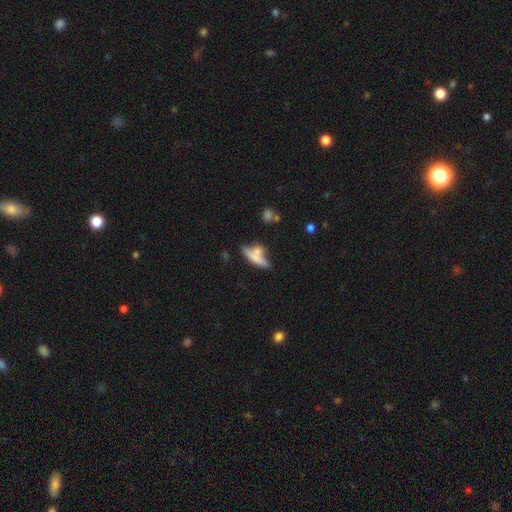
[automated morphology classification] This appears to be a smooth galaxy with no disk features (61%) that is cigar-shaped (65%). Merging: none (42%).